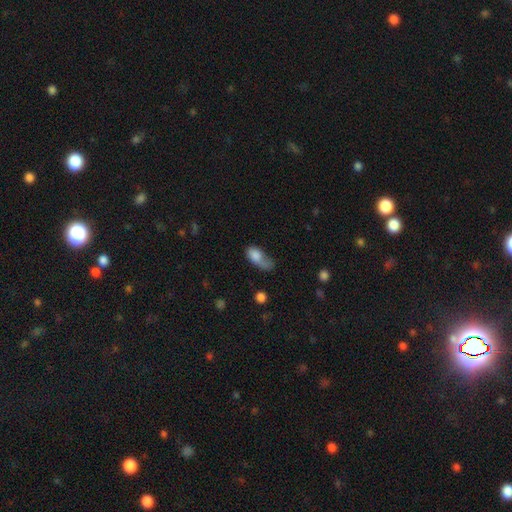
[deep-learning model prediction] Smooth or featured? Predicted: smooth (p=0.74). How rounded? Predicted: in between (p=0.84). Merging? Predicted: major disturbance (p=0.42).